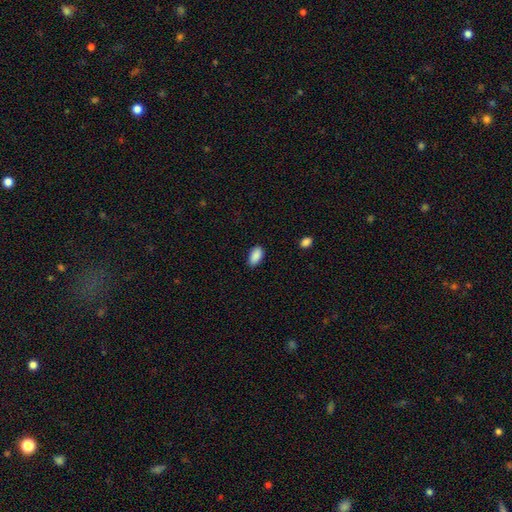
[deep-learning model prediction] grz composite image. It shows a smooth galaxy with no disk features (90%) that is in between round and cigar-shaped (93%). Merging: none (85%).